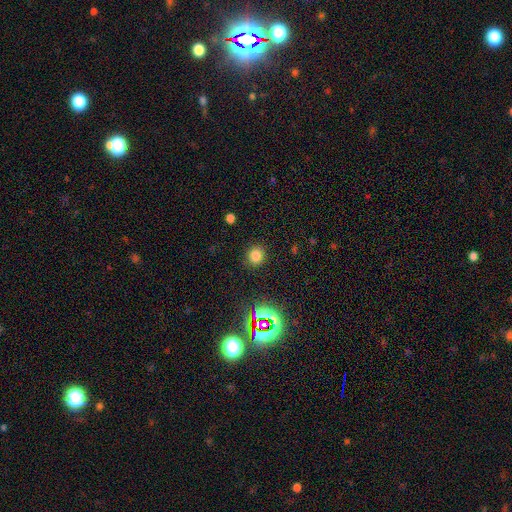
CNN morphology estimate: Smooth or featured? smooth (76%)
How rounded? round (86%)
Merging? none (88%)